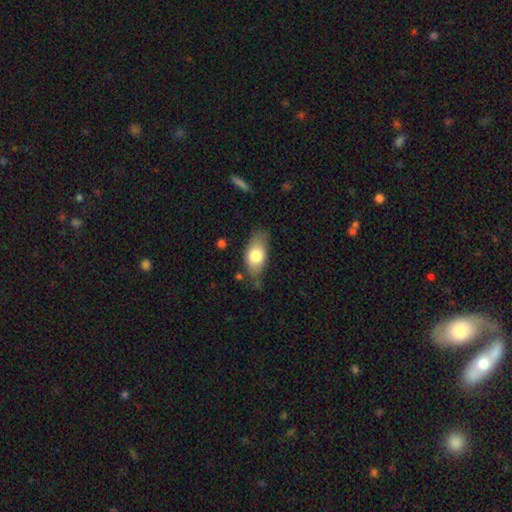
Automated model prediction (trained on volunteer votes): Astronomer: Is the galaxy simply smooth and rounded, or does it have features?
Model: smooth — 76%.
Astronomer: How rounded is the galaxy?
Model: in between — 88%.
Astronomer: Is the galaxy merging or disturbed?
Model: none — 67%.